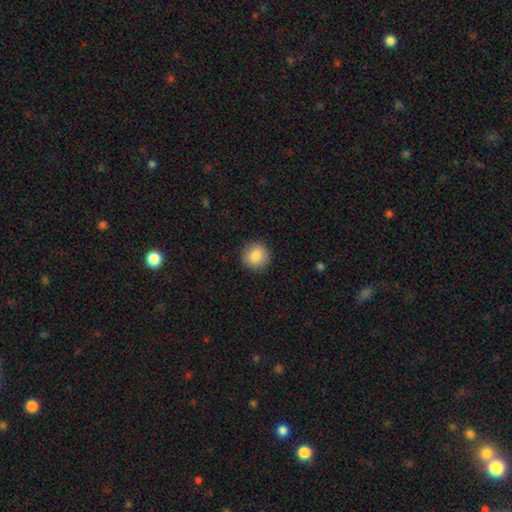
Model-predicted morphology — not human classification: type=smooth (85%); roundness=round (94%); merging=none (91%).